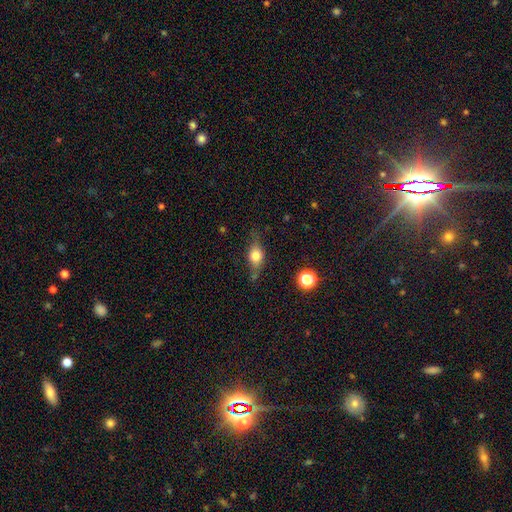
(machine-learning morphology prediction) A smooth galaxy with no disk features (61%) that is in between round and cigar-shaped (62%). Merging: none (63%).